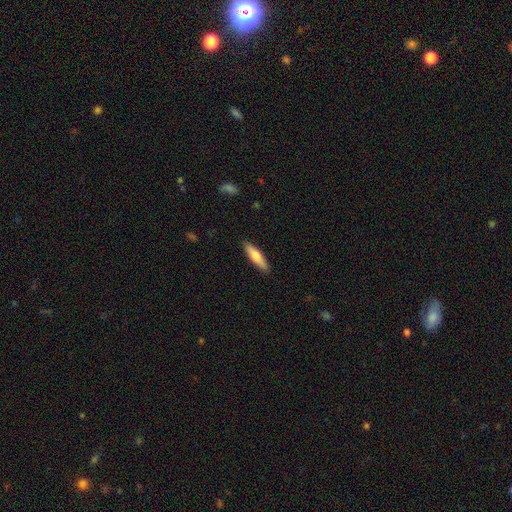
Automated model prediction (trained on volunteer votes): Smooth or featured?
  - smooth: 68% *
  - featured or disk: 27%
  - star or artifact: 5%
How rounded?
  - cigar-shaped: 74% *
  - in between: 24%
  - round: 2%
Merging?
  - none: 89% *
  - minor disturbance: 8%
  - major disturbance: 2%
  - merger: 1%